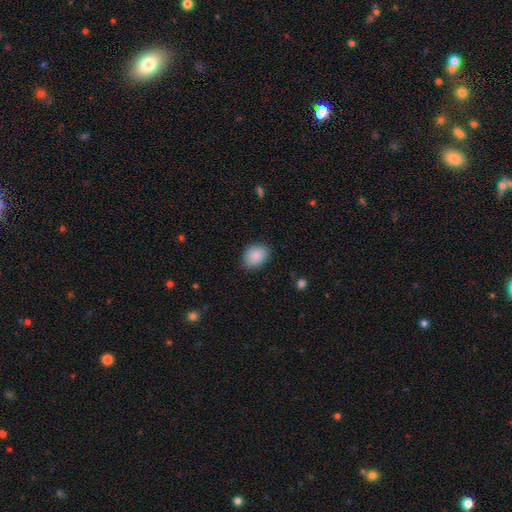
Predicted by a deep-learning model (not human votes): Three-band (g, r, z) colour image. It shows a smooth galaxy with no disk features (88%) that is in between round and cigar-shaped (67%). Merging: none (83%).